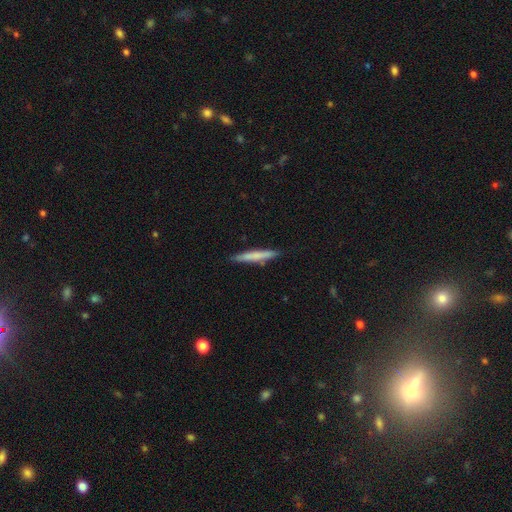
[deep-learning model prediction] A smooth galaxy with no disk features (66%) that is cigar-shaped (95%).

Vote fractions:
- Smooth or featured? smooth: 66% / featured or disk: 29% / star or artifact: 6%
- How rounded? cigar-shaped: 95% / in between: 4% / round: 1%
- Merging? none: 87% / minor disturbance: 9% / merger: 2% / major disturbance: 2%